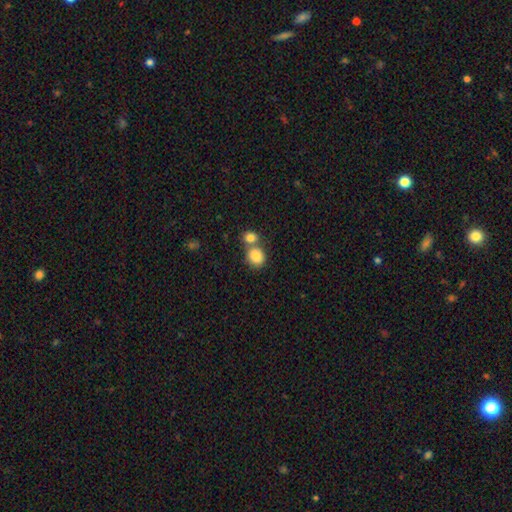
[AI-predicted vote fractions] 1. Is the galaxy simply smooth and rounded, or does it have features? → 84% smooth, 9% star or artifact, 7% featured or disk.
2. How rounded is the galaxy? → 72% round, 27% in between, 1% cigar-shaped.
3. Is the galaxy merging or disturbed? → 46% none, 43% merger, 8% minor disturbance, 3% major disturbance.